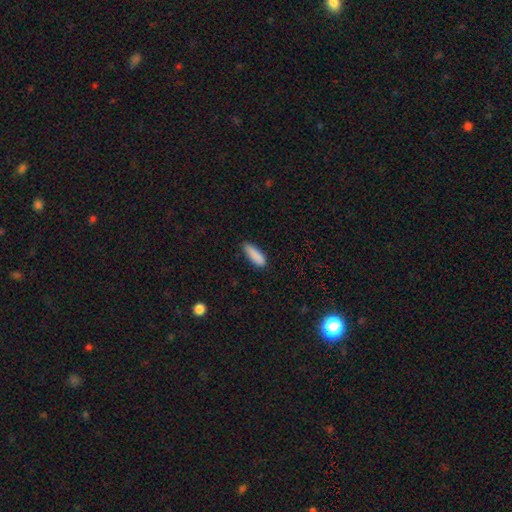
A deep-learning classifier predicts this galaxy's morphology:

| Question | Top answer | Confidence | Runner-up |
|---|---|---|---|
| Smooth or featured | smooth | 89% | star or artifact (7%) |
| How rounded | in between | 58% | cigar-shaped (41%) |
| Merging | none | 78% | minor disturbance (18%) |